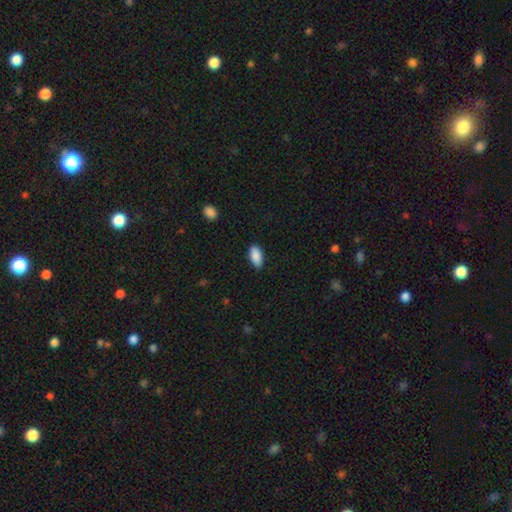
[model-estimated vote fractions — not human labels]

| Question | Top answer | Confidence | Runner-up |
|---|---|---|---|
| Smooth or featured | smooth | 90% | star or artifact (6%) |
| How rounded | in between | 91% | cigar-shaped (7%) |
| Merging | none | 87% | minor disturbance (10%) |